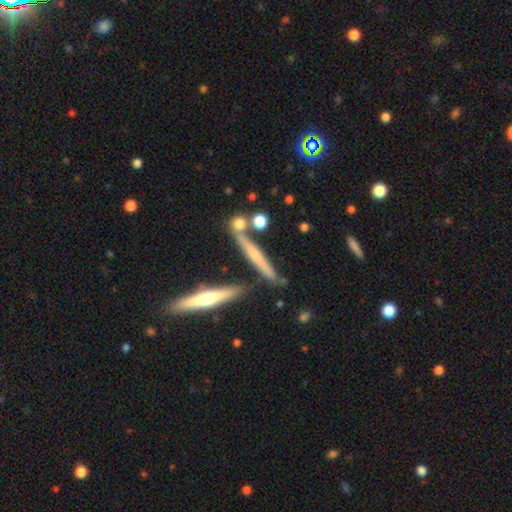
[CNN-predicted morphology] Overall: featured or disk (49%; smooth 41%). Merging: none (72%).